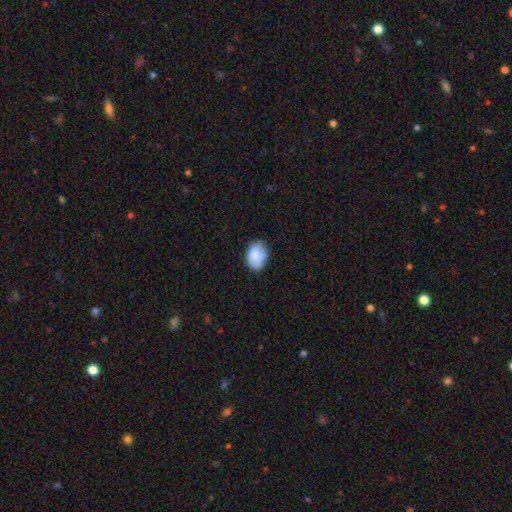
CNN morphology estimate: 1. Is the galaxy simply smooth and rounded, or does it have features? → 87% smooth, 7% star or artifact, 6% featured or disk.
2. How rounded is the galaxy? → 81% in between, 18% round, 1% cigar-shaped.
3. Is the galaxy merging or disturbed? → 76% none, 20% minor disturbance, 3% major disturbance, 1% merger.